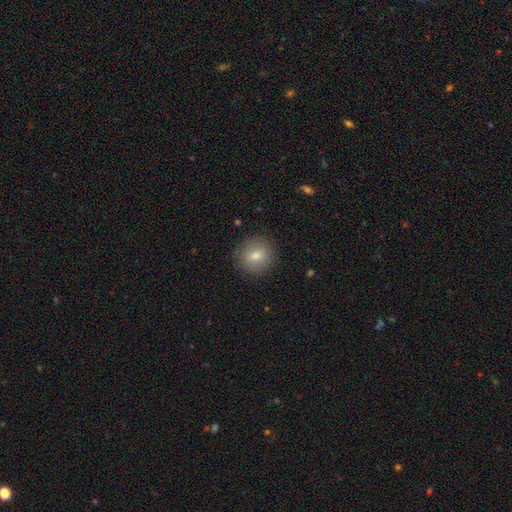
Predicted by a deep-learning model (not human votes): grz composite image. It shows a smooth galaxy with no disk features (78%) that is round (87%). Merging: none (88%).